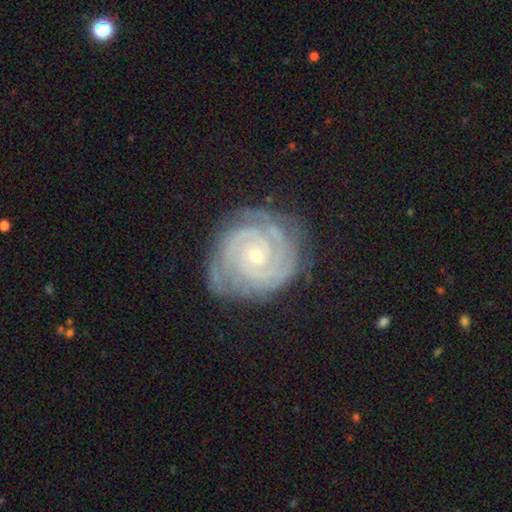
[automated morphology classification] The model was most divided on "spiral arm count": 2: 33%, 3: 24%, can't tell: 17%, 4: 13%, more than 4: 7%, 1: 6%. More confident: spiral arms — yes (98%); edge-on disk — no (98%); smooth or featured — featured or disk (90%); spiral winding — tight (86%); bulge size — small (78%); merging — none (78%); bar — no (77%).